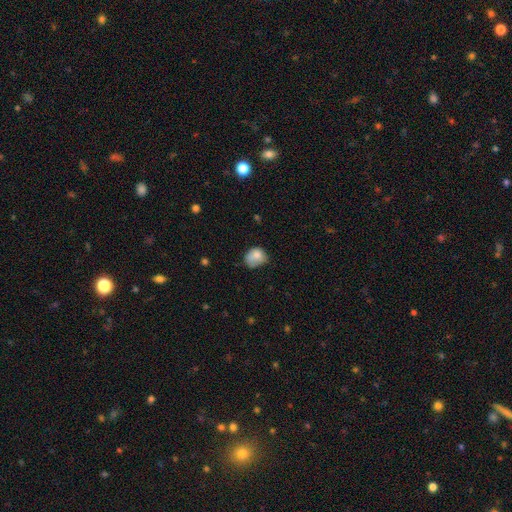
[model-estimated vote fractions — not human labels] The model was most divided on "how rounded": round: 51%, in between: 48%, cigar-shaped: 1%. Remaining: smooth or featured — smooth (76%); merging — none (41%).